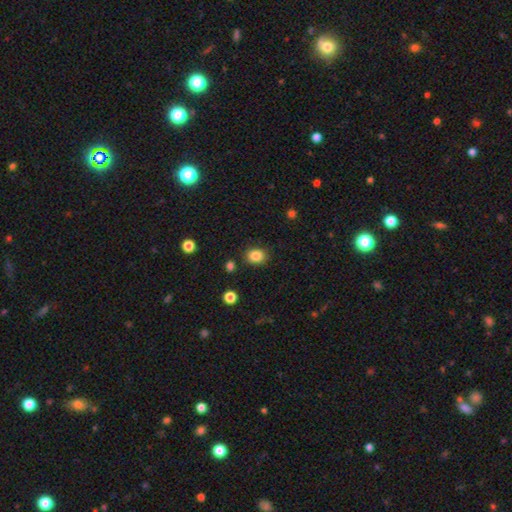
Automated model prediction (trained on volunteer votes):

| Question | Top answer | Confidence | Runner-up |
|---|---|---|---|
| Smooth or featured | smooth | 85% | star or artifact (10%) |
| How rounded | round | 55% | in between (44%) |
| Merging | none | 86% | minor disturbance (9%) |